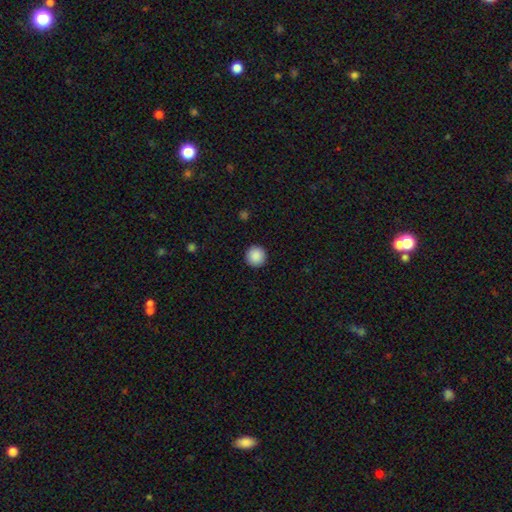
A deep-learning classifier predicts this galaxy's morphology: Smooth or featured?
  - smooth: 89% *
  - star or artifact: 8%
  - featured or disk: 3%
How rounded?
  - round: 96% *
  - in between: 3%
  - cigar-shaped: 1%
Merging?
  - none: 93% *
  - minor disturbance: 4%
  - major disturbance: 2%
  - merger: 1%